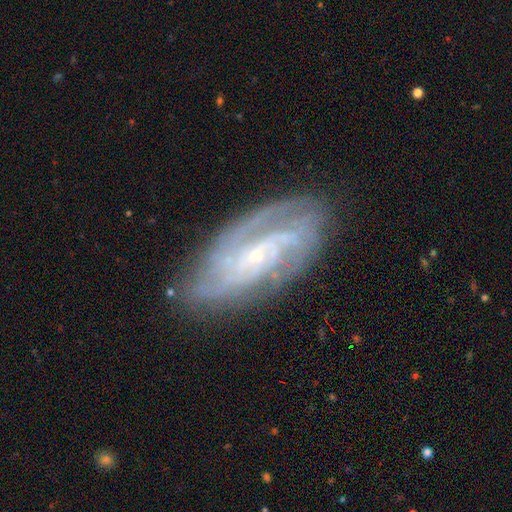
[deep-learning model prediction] Smooth or featured: featured or disk — 85% (smooth — 8%)
Edge-on disk: no — 93% (yes — 7%)
Bar: no — 53% (weak — 35%)
Spiral arms: yes — 96% (no — 4%)
Spiral winding: tight — 54% (medium — 36%)
Spiral arm count: can't tell — 27% (3 — 24%)
Bulge size: small — 80% (moderate — 15%)
Merging: none — 77% (minor disturbance — 17%)